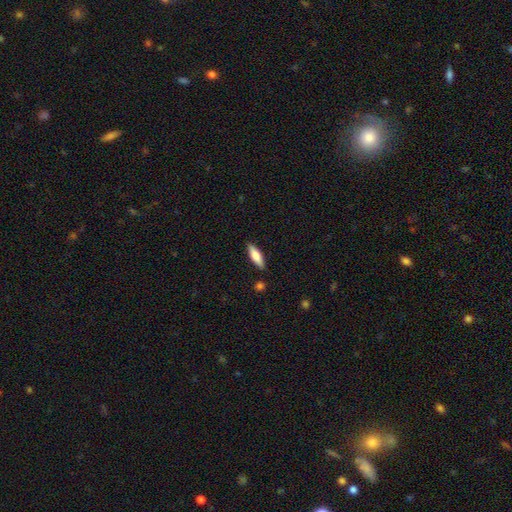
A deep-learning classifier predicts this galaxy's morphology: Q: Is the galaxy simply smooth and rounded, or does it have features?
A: smooth — 73%.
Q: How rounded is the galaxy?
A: cigar-shaped — 54%.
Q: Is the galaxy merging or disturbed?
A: none — 87%.